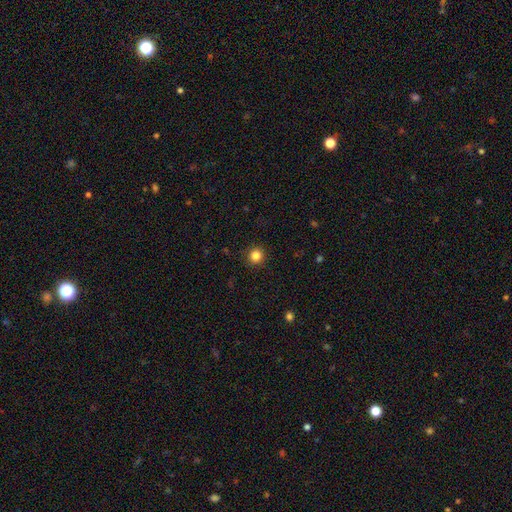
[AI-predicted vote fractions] Q: Smooth or featured?
A: smooth (84%); runner-up: star or artifact (12%)
Q: How rounded?
A: round (93%); runner-up: in between (6%)
Q: Merging?
A: none (92%); runner-up: minor disturbance (5%)